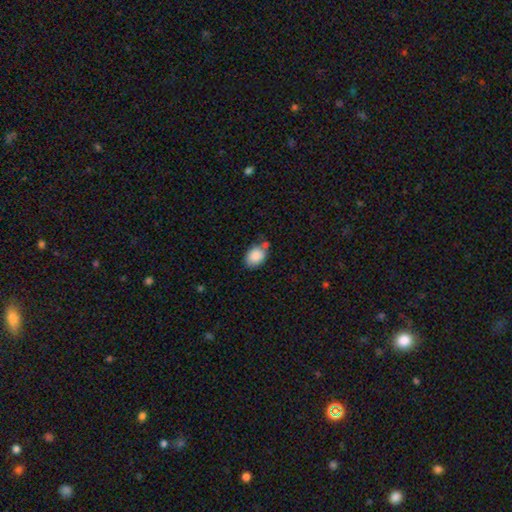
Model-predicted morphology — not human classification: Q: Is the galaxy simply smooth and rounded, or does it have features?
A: smooth — 88%.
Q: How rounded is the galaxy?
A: in between — 72%.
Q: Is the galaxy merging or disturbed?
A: none — 62%.